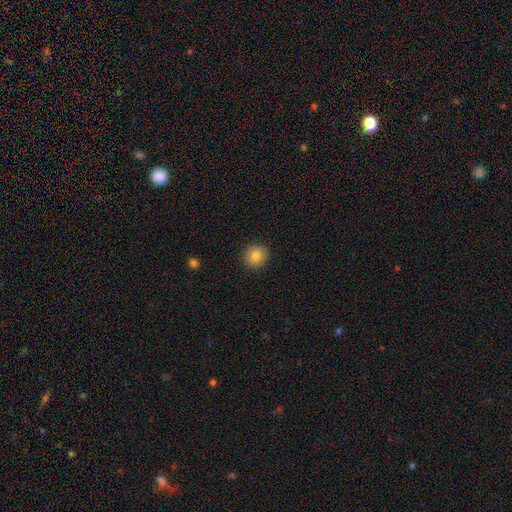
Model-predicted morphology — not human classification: smooth 82%, star or artifact 10%, featured or disk 9%. Down the decision tree: how rounded — round (90%); merging — none (91%).